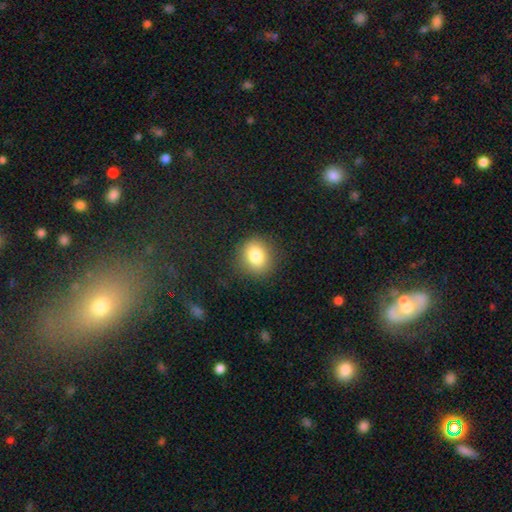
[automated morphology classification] Overall: smooth (81%). How rounded: round (68%; in between 31%). Merging: none (86%).